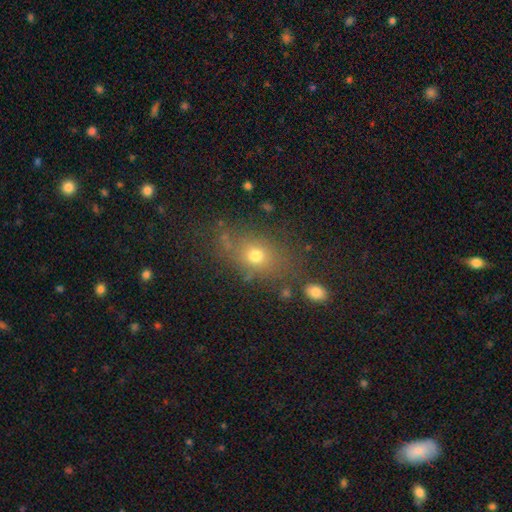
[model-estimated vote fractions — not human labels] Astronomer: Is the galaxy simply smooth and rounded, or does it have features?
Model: smooth — 67%.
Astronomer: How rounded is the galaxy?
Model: in between — 60% (runner-up: round, 37%).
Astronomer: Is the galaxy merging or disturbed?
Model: none — 70%.